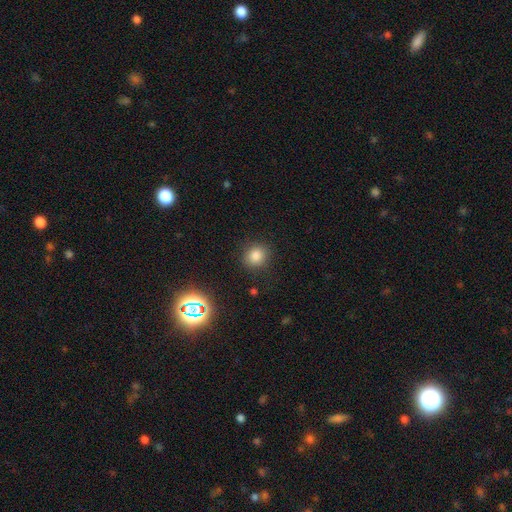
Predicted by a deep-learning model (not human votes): The model was most divided on "how rounded": round: 83%, in between: 16%, cigar-shaped: 1%. More confident: merging — none (86%); smooth or featured — smooth (81%).